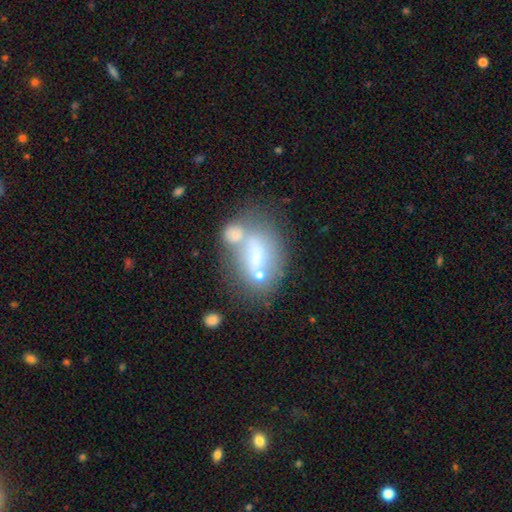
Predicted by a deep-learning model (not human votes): The model was most divided on "smooth or featured": smooth: 50%, featured or disk: 38%, star or artifact: 12%. Remaining: how rounded — in between (79%); merging — merger (48%).